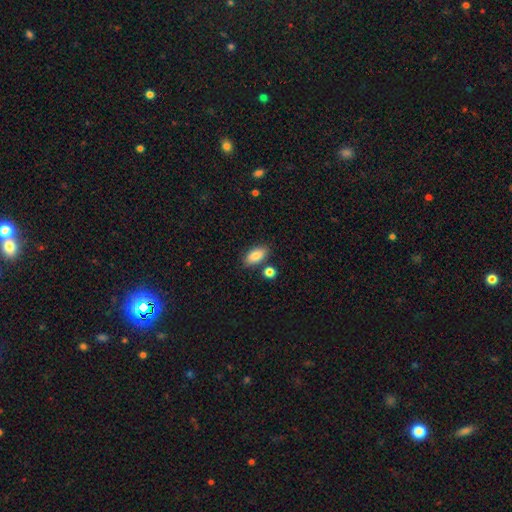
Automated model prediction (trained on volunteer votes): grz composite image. It shows a smooth galaxy with no disk features (85%) that is in between round and cigar-shaped (90%). Merging: none (79%).